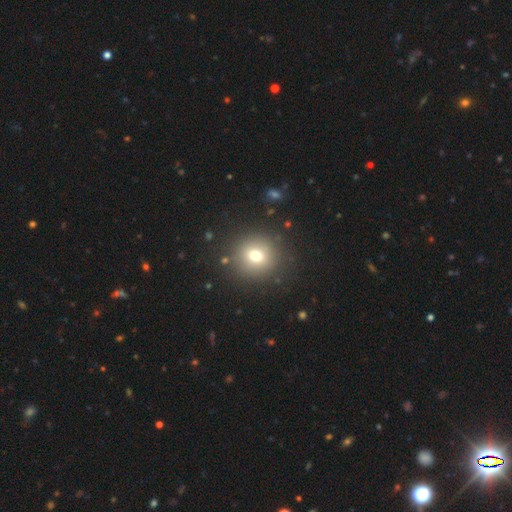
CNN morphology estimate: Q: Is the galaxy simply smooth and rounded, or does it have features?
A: smooth — 72%.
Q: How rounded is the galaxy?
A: round — 91%.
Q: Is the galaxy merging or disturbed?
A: none — 87%.